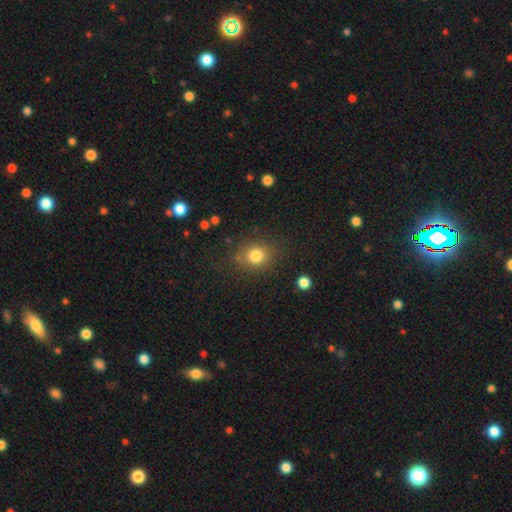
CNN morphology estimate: A smooth galaxy with no disk features (81%) that is round (69%).

Vote fractions:
- Smooth or featured? smooth: 81% / star or artifact: 12% / featured or disk: 7%
- How rounded? round: 69% / in between: 30% / cigar-shaped: 1%
- Merging? none: 80% / minor disturbance: 12% / major disturbance: 5% / merger: 3%